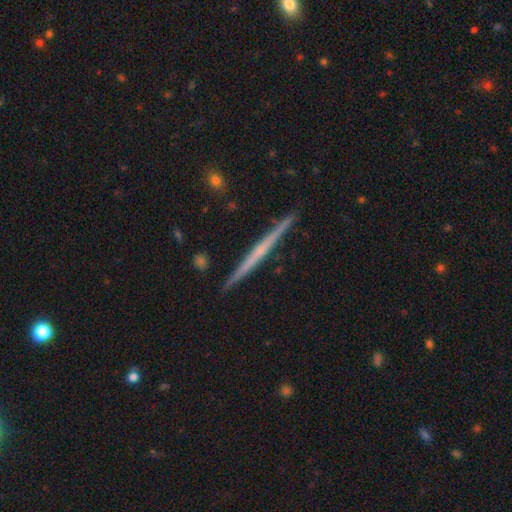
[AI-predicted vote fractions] Smooth or featured?
  - featured or disk: 67% *
  - smooth: 28%
  - star or artifact: 5%
Edge-on disk?
  - yes: 98% *
  - no: 2%
Edge-on bulge?
  - none: 77% *
  - rounded: 17%
  - boxy: 6%
Merging?
  - none: 92% *
  - minor disturbance: 6%
  - merger: 1%
  - major disturbance: 1%